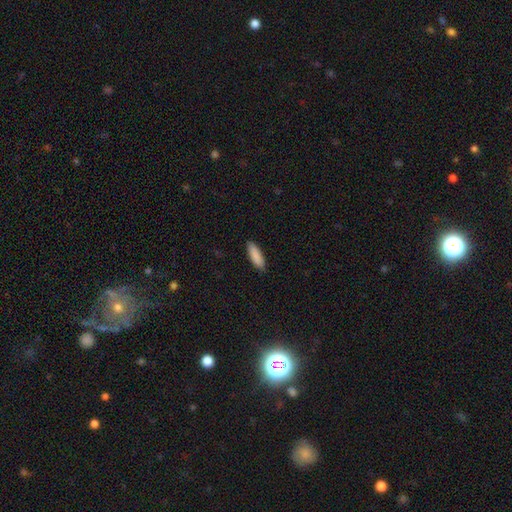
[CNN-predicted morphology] This is clearly a smooth galaxy (89%). How rounded: possibly in between (49%, tied with cigar-shaped). Merging: clearly none (88%).